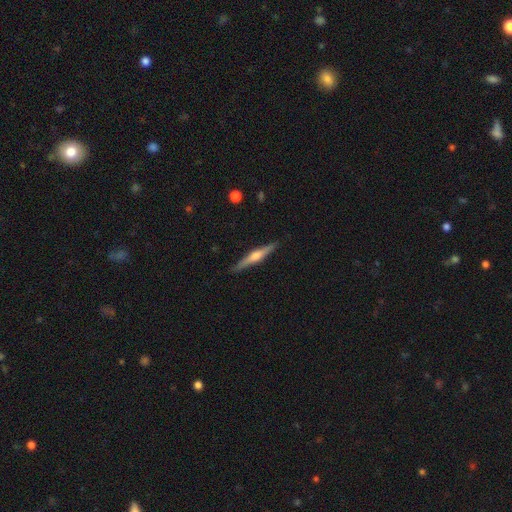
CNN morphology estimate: Smooth or featured?
  - featured or disk: 68% *
  - smooth: 26%
  - star or artifact: 6%
Edge-on disk?
  - yes: 98% *
  - no: 2%
Edge-on bulge?
  - rounded: 86% *
  - boxy: 8%
  - none: 6%
Merging?
  - none: 90% *
  - minor disturbance: 7%
  - major disturbance: 1%
  - merger: 1%